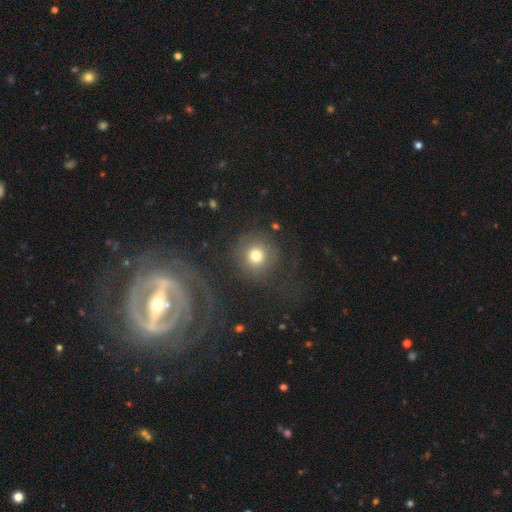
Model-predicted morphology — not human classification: A smooth galaxy with no disk features (67%) that is round (91%). Merging: none (62%).